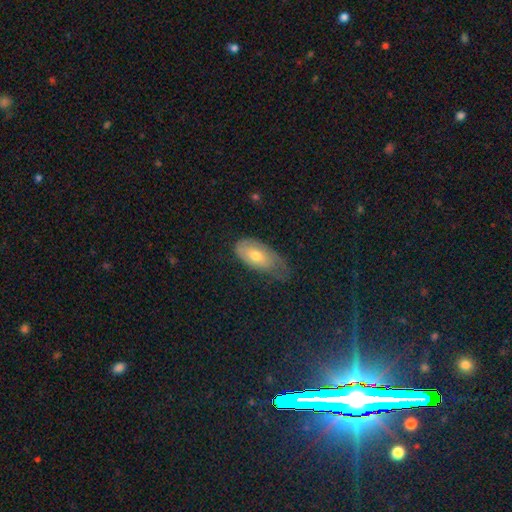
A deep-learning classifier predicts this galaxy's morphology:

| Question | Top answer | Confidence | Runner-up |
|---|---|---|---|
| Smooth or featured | smooth | 63% | featured or disk (30%) |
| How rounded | in between | 91% | cigar-shaped (6%) |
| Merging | minor disturbance | 43% | none (34%) |